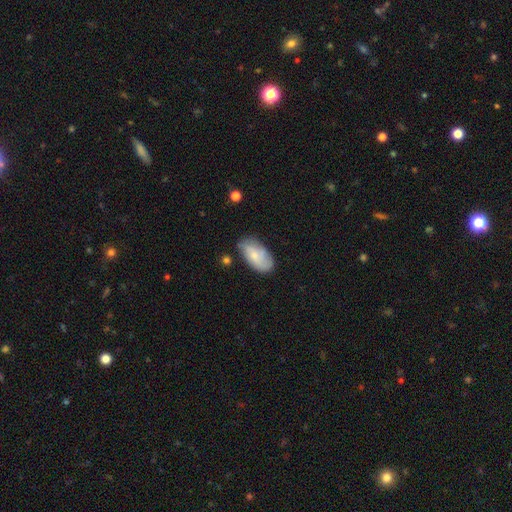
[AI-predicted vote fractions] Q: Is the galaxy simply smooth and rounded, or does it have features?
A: smooth — 57%.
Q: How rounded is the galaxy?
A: in between — 93%.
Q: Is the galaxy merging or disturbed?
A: none — 66%.